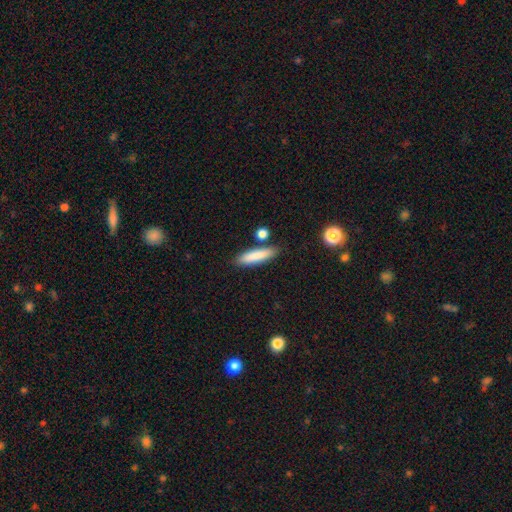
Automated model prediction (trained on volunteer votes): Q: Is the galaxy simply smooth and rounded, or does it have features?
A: smooth — 84%.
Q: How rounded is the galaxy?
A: cigar-shaped — 74%.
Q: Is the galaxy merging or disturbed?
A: none — 79%.